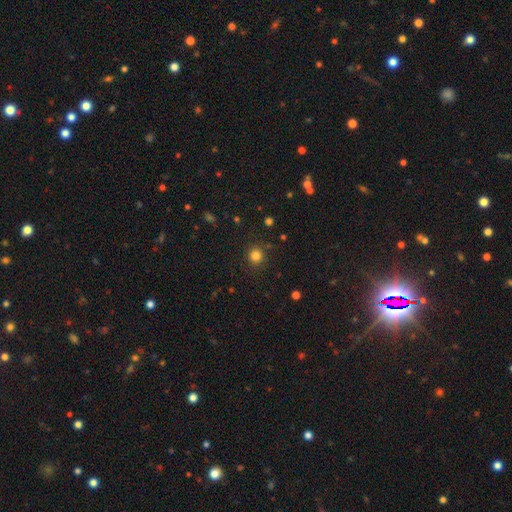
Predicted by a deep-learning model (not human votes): smooth_or_featured: smooth (p=0.82) [alt: star or artifact p=0.14]
how_rounded: round (p=0.91) [alt: in between p=0.08]
merging: none (p=0.88) [alt: minor disturbance p=0.08]